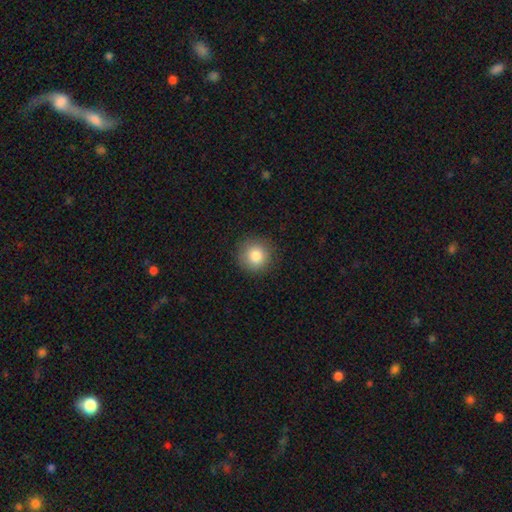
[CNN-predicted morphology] A smooth galaxy with no disk features (84%) that is round (94%). Merging: none (89%).